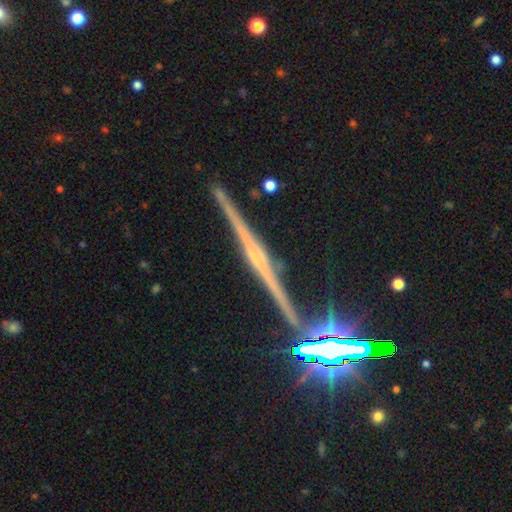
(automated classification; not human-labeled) Overall: featured or disk (77%). Edge-on disk: yes (98%). Edge-on bulge: rounded (54%; boxy 24%). Merging: none (88%).